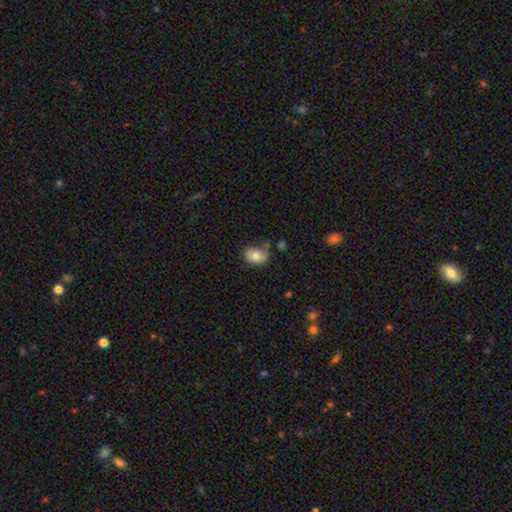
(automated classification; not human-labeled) smooth-or-featured: smooth: 78% | featured or disk: 13% | star or artifact: 9%
  how-rounded: in between: 77% | round: 22% | cigar-shaped: 1%
  merging: none: 59% | minor disturbance: 27% | major disturbance: 8% | merger: 6%